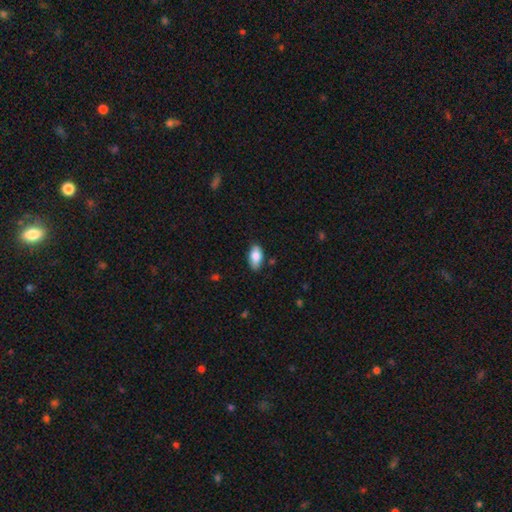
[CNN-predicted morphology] smooth 83%, featured or disk 11%, star or artifact 7%. Down the decision tree: how rounded — in between (92%); merging — none (83%).